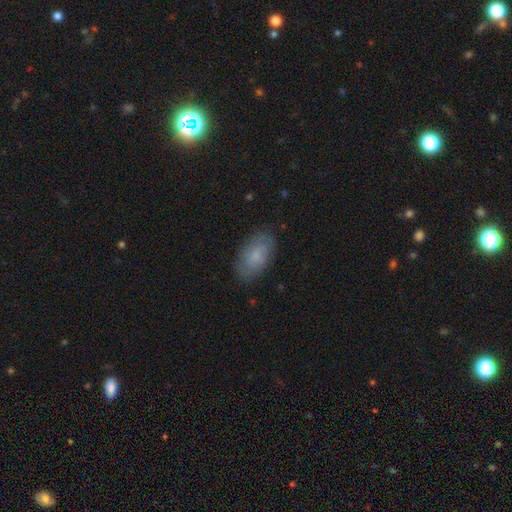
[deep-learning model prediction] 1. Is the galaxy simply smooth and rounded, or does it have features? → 72% smooth, 21% featured or disk, 7% star or artifact.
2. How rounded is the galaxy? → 93% in between, 3% cigar-shaped, 3% round.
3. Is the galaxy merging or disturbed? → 82% none, 14% minor disturbance, 3% major disturbance, 1% merger.